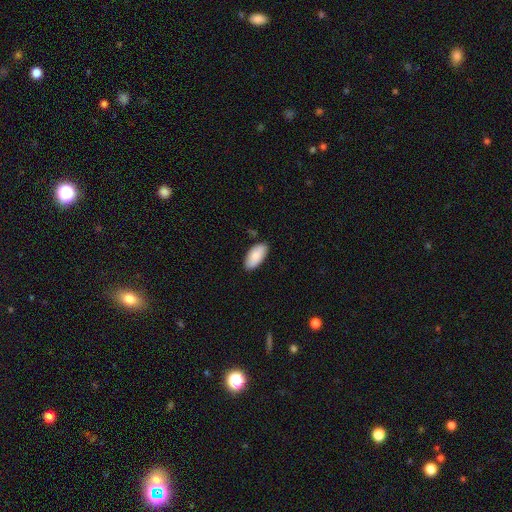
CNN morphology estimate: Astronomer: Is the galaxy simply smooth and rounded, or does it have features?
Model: smooth — 88%.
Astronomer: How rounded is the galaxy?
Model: in between — 93%.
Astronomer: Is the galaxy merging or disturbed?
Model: none — 85%.